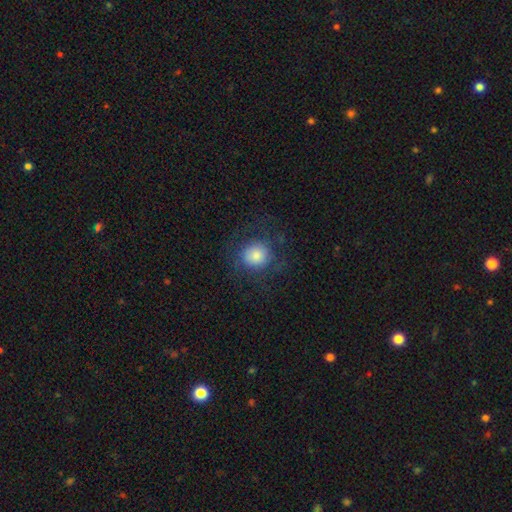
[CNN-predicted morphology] Smooth or featured?
  - smooth: 68% *
  - featured or disk: 19%
  - star or artifact: 13%
How rounded?
  - round: 87% *
  - in between: 12%
  - cigar-shaped: 1%
Merging?
  - none: 73% *
  - minor disturbance: 13%
  - major disturbance: 12%
  - merger: 1%